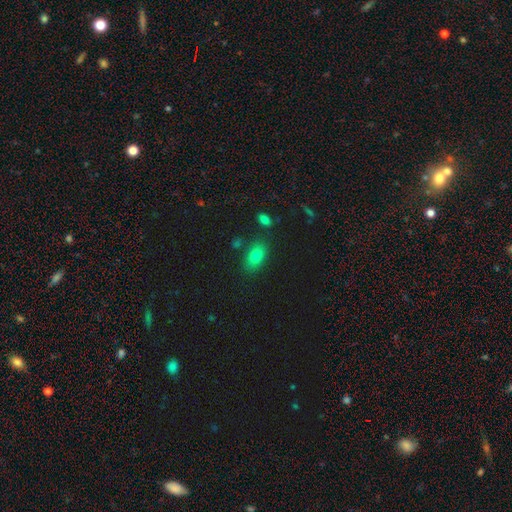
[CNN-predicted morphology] This is clearly a smooth galaxy (81%). How rounded: clearly in between (87%). Merging: likely none (77%).